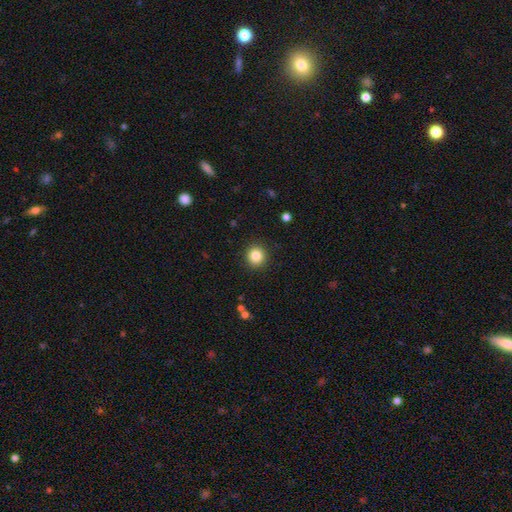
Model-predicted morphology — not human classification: This appears to be a smooth galaxy with no disk features (84%) that is round (92%). Merging: none (91%).